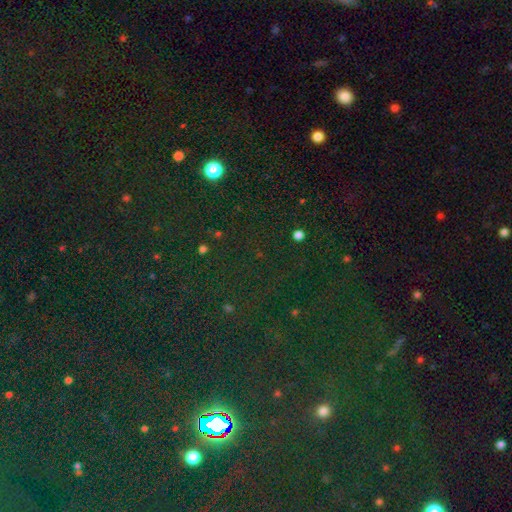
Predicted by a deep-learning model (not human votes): Smooth or featured: star or artifact — 79% (smooth — 13%)